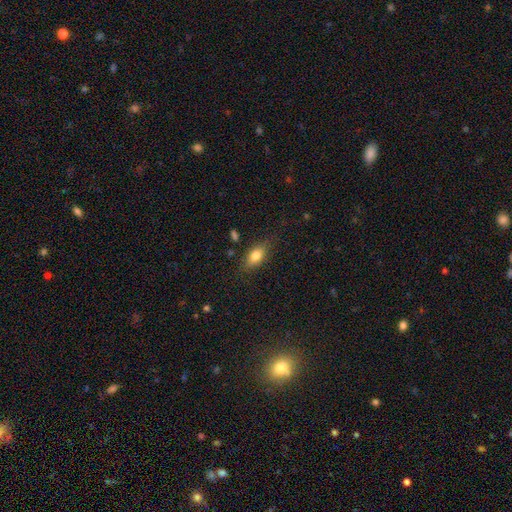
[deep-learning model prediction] smooth_or_featured: smooth (p=0.76) [alt: featured or disk p=0.16]
how_rounded: in between (p=0.83) [alt: cigar-shaped p=0.10]
merging: none (p=0.78) [alt: minor disturbance p=0.16]